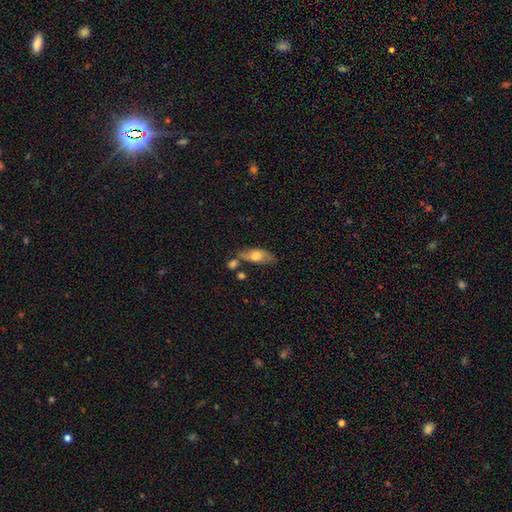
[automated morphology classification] Q: Smooth or featured?
A: smooth (63%); runner-up: featured or disk (29%)
Q: How rounded?
A: in between (80%); runner-up: cigar-shaped (15%)
Q: Merging?
A: none (52%); runner-up: minor disturbance (22%)